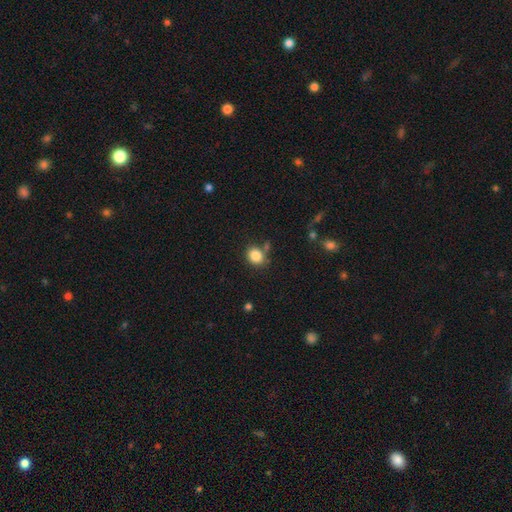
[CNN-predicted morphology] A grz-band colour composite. It shows a smooth galaxy with no disk features (84%) that is round (64%). Merging: none (72%).